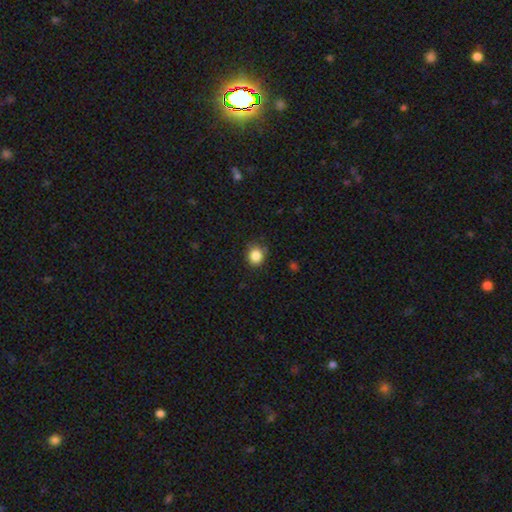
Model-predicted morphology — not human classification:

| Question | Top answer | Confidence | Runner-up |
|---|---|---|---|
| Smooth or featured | smooth | 85% | star or artifact (11%) |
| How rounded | round | 80% | in between (19%) |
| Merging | none | 81% | minor disturbance (14%) |